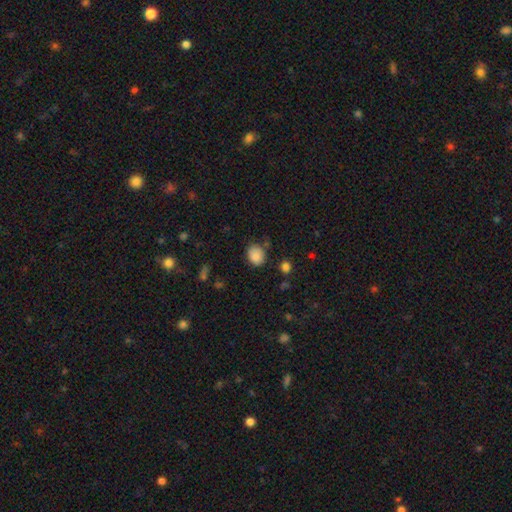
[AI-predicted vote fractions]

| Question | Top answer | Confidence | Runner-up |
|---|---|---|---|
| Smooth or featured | smooth | 86% | star or artifact (9%) |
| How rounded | in between | 51% | round (48%) |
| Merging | none | 74% | minor disturbance (18%) |